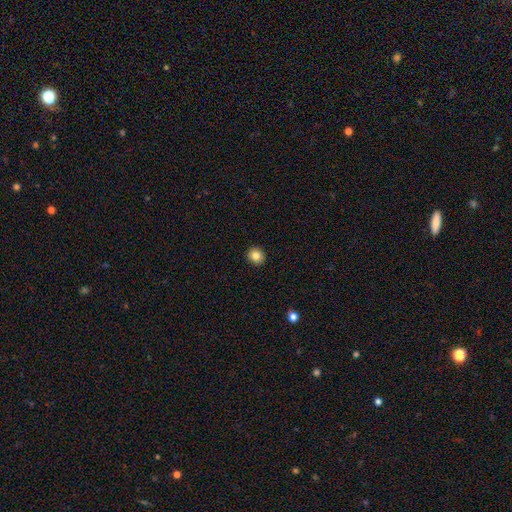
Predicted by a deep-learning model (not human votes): Q: Smooth or featured?
A: smooth (83%); runner-up: star or artifact (10%)
Q: How rounded?
A: round (85%); runner-up: in between (14%)
Q: Merging?
A: none (92%); runner-up: minor disturbance (5%)